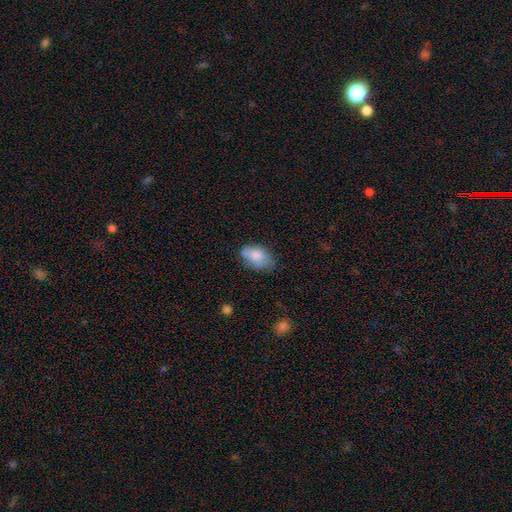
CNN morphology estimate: Overall: smooth (78%). How rounded: in between (90%). Merging: none (59%; minor disturbance 29%).